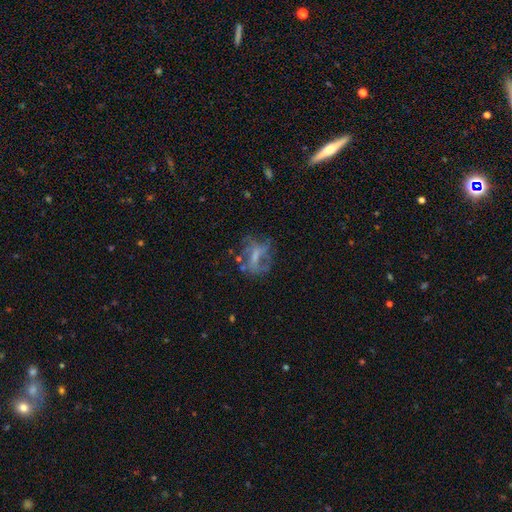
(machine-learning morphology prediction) smooth_or_featured: featured or disk (p=0.61) [alt: smooth p=0.26]
disk_edge_on: no (p=0.96) [alt: yes p=0.04]
bar: no (p=0.46) [alt: weak p=0.41]
has_spiral_arms: no (p=0.51) [alt: yes p=0.49]
bulge_size: small (p=0.40) [alt: none p=0.29]
merging: none (p=0.49) [alt: major disturbance p=0.27]